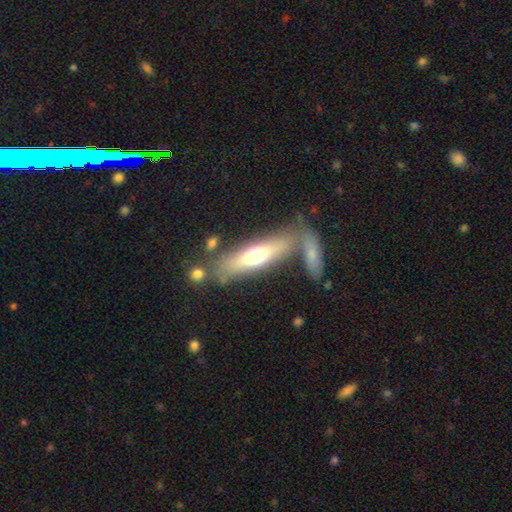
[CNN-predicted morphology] smooth 54%, featured or disk 40%, star or artifact 6%. Down the decision tree: how rounded — cigar-shaped (64%); merging — none (60%).